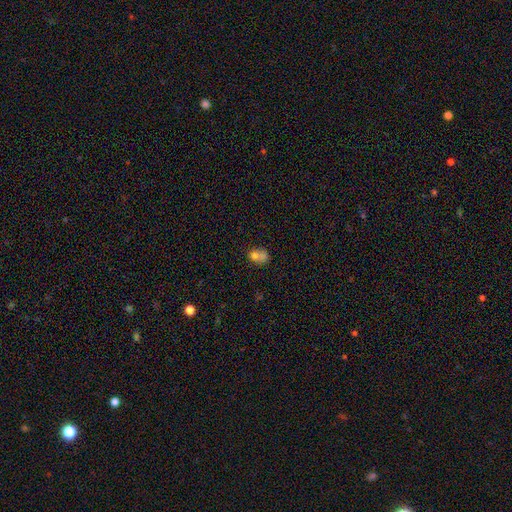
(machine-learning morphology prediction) smooth_or_featured: smooth (p=0.69) [alt: featured or disk p=0.18]
how_rounded: round (p=0.59) [alt: in between p=0.40]
merging: merger (p=0.53) [alt: none p=0.30]